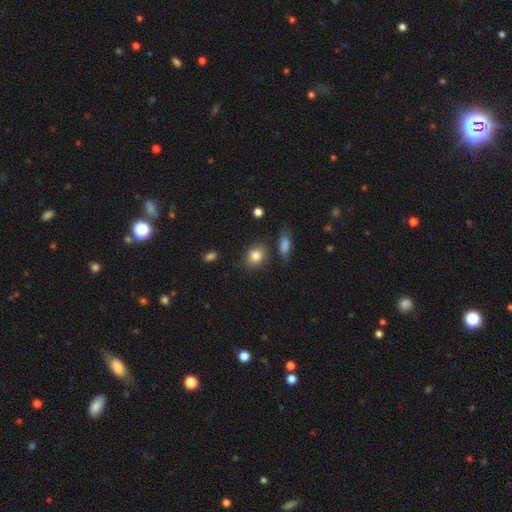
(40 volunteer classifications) This appears to be a smooth galaxy with no disk features (85%) that is round (53%). Merging: none (78%).